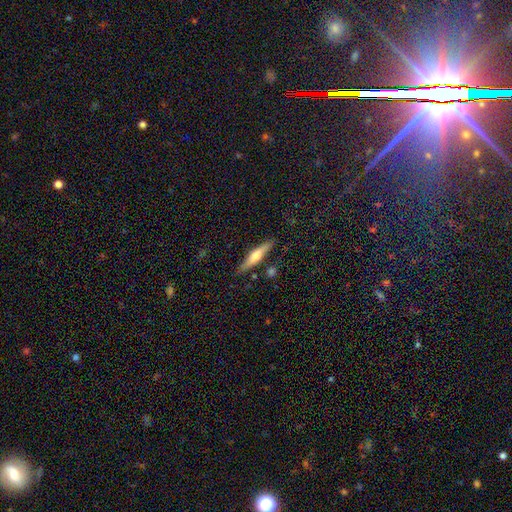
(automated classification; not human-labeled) A featured or disk galaxy (52%) viewed edge-on (95%). Merging: none (82%).